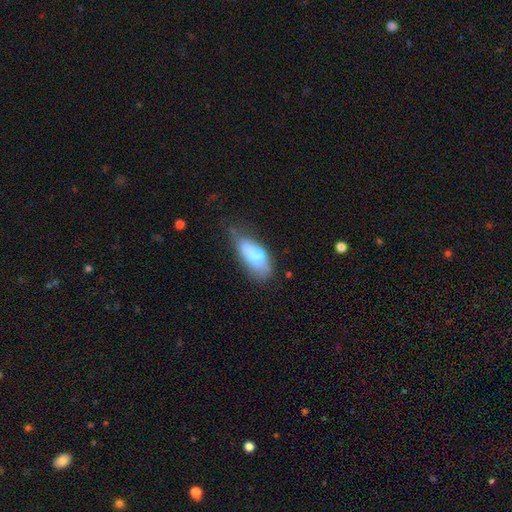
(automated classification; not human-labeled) This appears to be a smooth galaxy with no disk features (67%) that is in between round and cigar-shaped (86%). Merging: minor disturbance (36%).